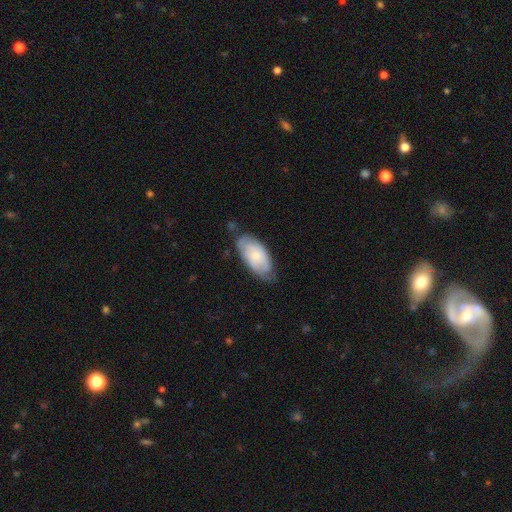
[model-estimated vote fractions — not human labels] This is possibly a smooth galaxy (56%). How rounded: clearly in between (93%). Merging: possibly none (60%).